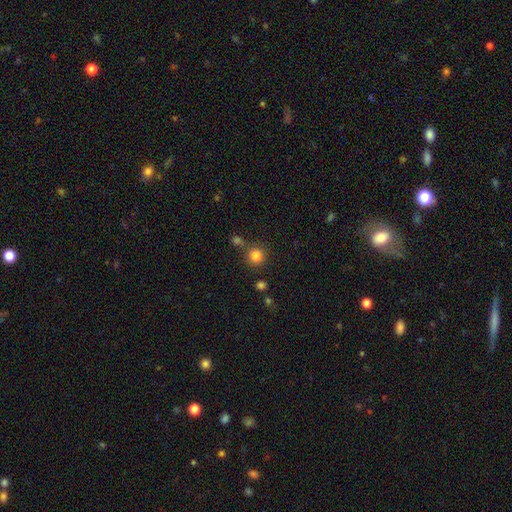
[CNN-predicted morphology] The model was most divided on "merging": none: 75%, merger: 12%, minor disturbance: 9%, major disturbance: 4%. More confident: how rounded — round (92%); smooth or featured — smooth (83%).